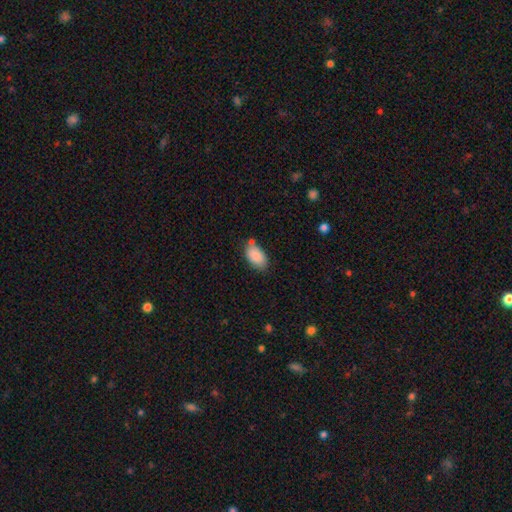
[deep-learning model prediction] Smooth or featured? smooth (86%)
How rounded? in between (94%)
Merging? none (73%)